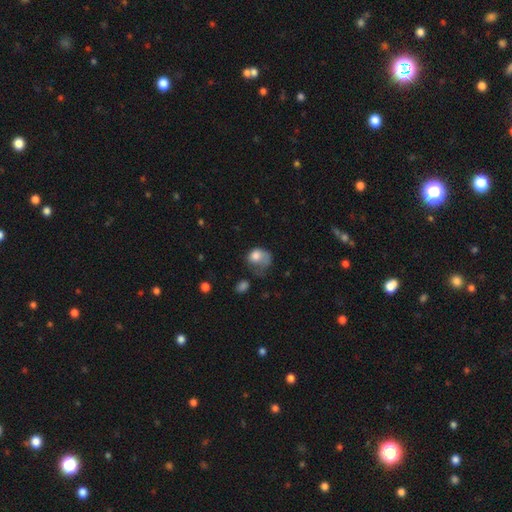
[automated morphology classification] A smooth galaxy with no disk features (70%) that is in between round and cigar-shaped (50%).

Vote fractions:
- Smooth or featured? smooth: 70% / featured or disk: 22% / star or artifact: 8%
- How rounded? in between: 50% / round: 49% / cigar-shaped: 1%
- Merging? major disturbance: 51% / minor disturbance: 23% / none: 20% / merger: 6%